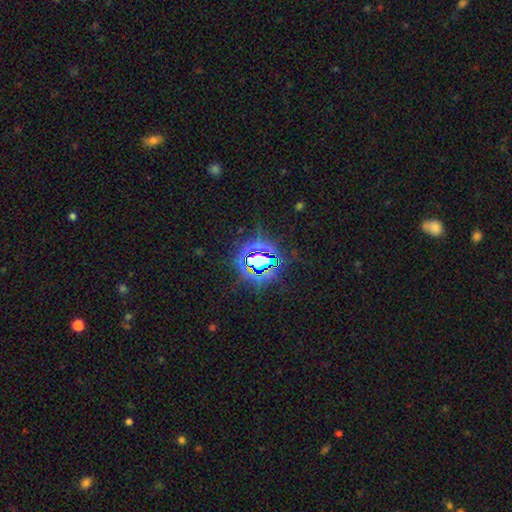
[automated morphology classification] smooth_or_featured: star or artifact (p=0.82) [alt: smooth p=0.10]